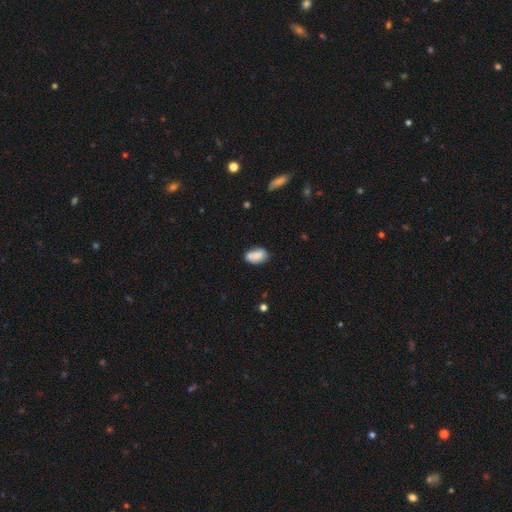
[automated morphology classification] smooth_or_featured: smooth (p=0.78) [alt: featured or disk p=0.14]
how_rounded: in between (p=0.89) [alt: round p=0.09]
merging: none (p=0.59) [alt: minor disturbance p=0.24]